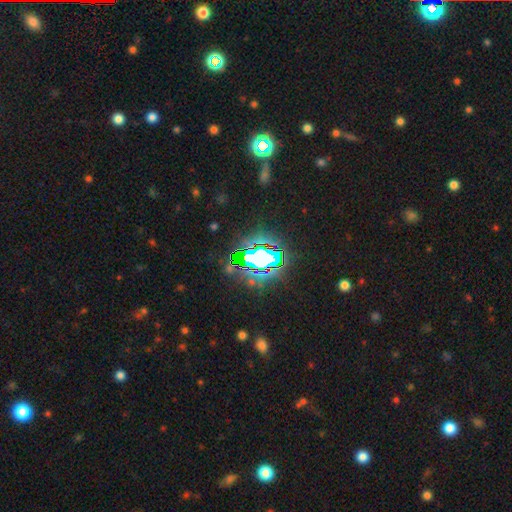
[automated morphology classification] This appears to be a star or artifact, not a galaxy (80%).